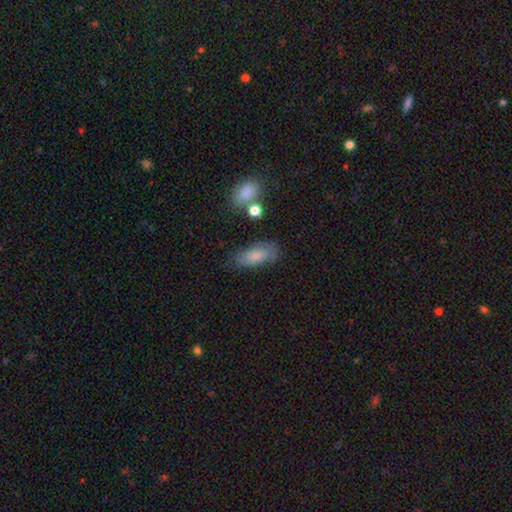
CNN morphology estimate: A smooth galaxy with no disk features (72%) that is in between round and cigar-shaped (86%).

Vote fractions:
- Smooth or featured? smooth: 72% / featured or disk: 20% / star or artifact: 8%
- How rounded? in between: 86% / cigar-shaped: 11% / round: 4%
- Merging? none: 62% / minor disturbance: 25% / major disturbance: 9% / merger: 5%